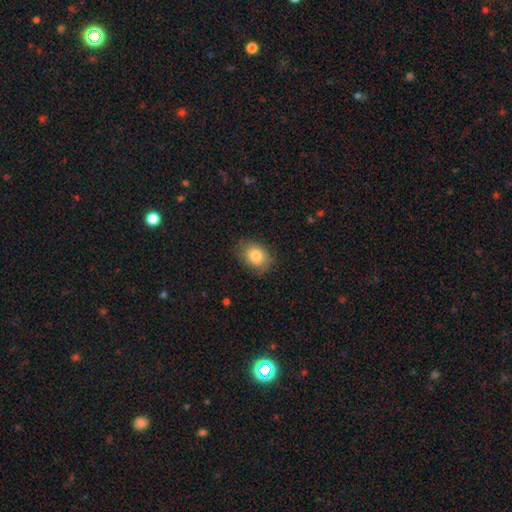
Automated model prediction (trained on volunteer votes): A smooth galaxy with no disk features (79%) that is in between round and cigar-shaped (58%). Merging: none (76%).